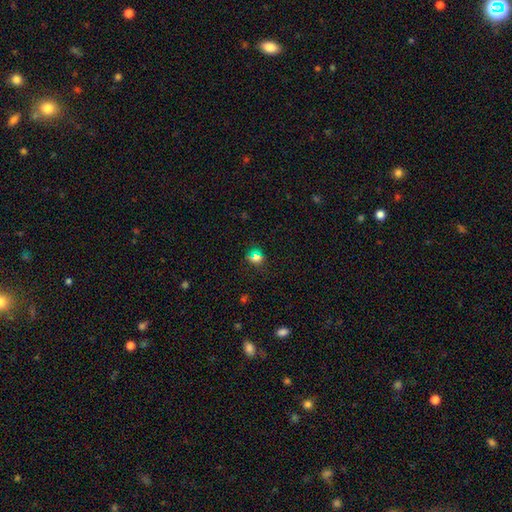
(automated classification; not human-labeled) Morphology: type=smooth (60%); roundness=round (78%); merging=none (80%).